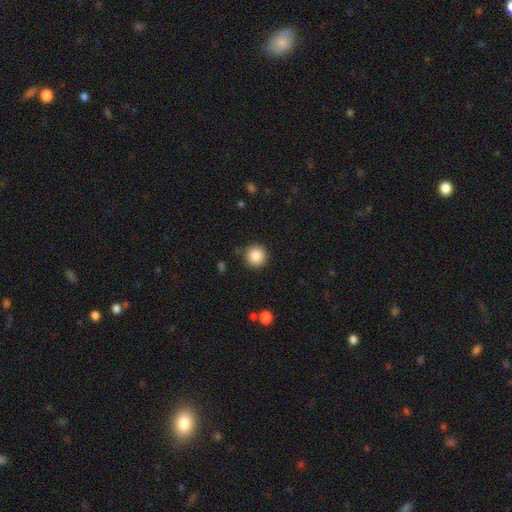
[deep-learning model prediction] Overall: smooth (86%). How rounded: round (95%). Merging: none (89%).